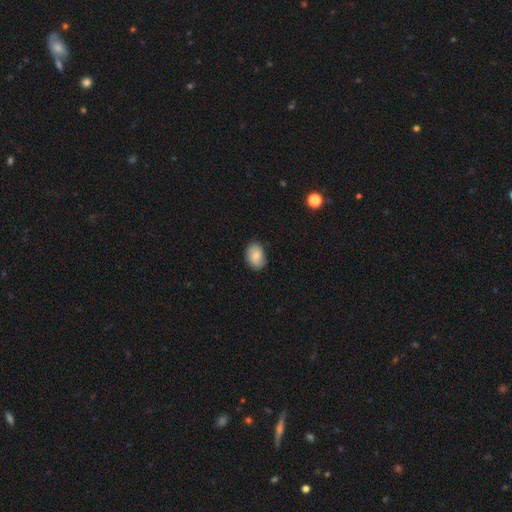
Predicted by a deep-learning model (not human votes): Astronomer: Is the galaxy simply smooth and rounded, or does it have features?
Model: smooth — 74%.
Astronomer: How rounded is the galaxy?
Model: in between — 74%.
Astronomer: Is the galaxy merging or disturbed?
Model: none — 78%.